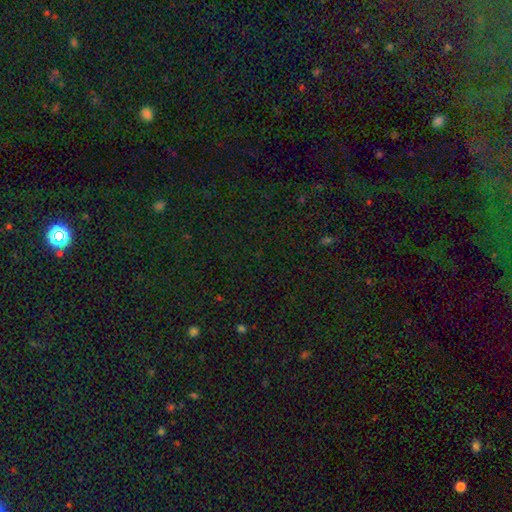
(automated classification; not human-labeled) Smooth or featured? Predicted: star or artifact (p=0.79).